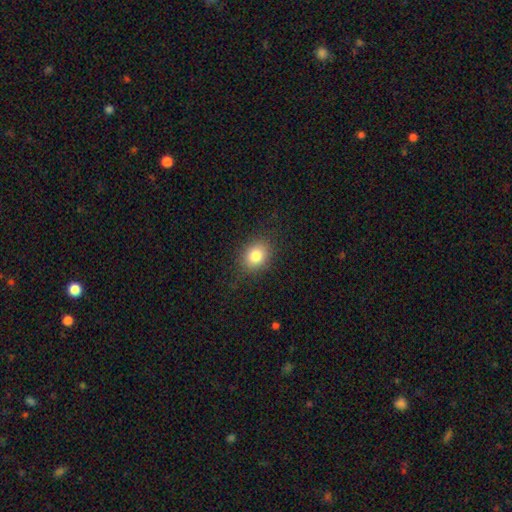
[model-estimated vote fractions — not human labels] Morphology: type=smooth (82%); roundness=in between (52%); merging=none (86%).